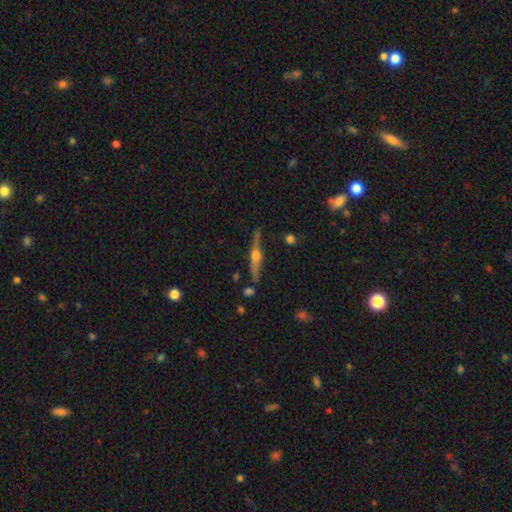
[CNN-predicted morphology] featured or disk 82%, smooth 11%, star or artifact 7%. Down the decision tree: edge-on disk — yes (98%); edge-on bulge — rounded (93%); merging — none (88%).